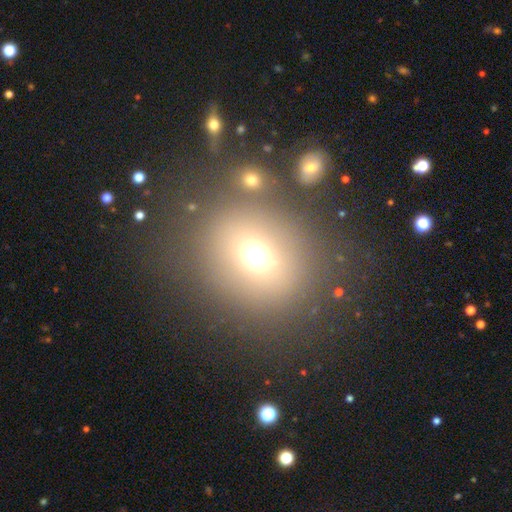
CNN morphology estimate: Overall: smooth (68%). How rounded: round (77%). Merging: none (71%).